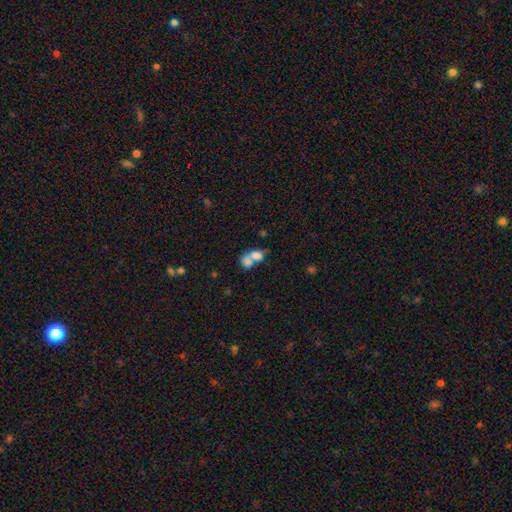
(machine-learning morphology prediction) A smooth galaxy with no disk features (75%) that is in between round and cigar-shaped (68%).

Vote fractions:
- Smooth or featured? smooth: 75% / featured or disk: 16% / star or artifact: 9%
- How rounded? in between: 68% / round: 29% / cigar-shaped: 2%
- Merging? merger: 72% / none: 17% / minor disturbance: 6% / major disturbance: 5%